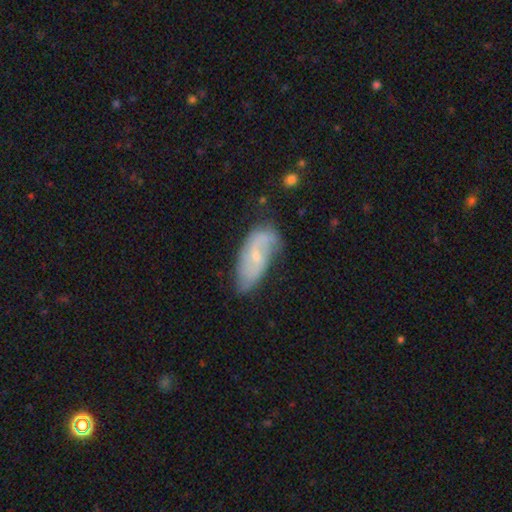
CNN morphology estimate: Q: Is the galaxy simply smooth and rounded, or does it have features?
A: featured or disk — 65%.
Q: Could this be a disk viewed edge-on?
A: no — 92%.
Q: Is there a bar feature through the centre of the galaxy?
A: no — 53%.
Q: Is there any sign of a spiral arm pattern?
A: yes — 85%.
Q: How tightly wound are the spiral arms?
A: loose — 45%.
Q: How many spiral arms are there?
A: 2 — 68%.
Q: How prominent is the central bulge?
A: small — 70%.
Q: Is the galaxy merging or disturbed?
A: none — 53%.